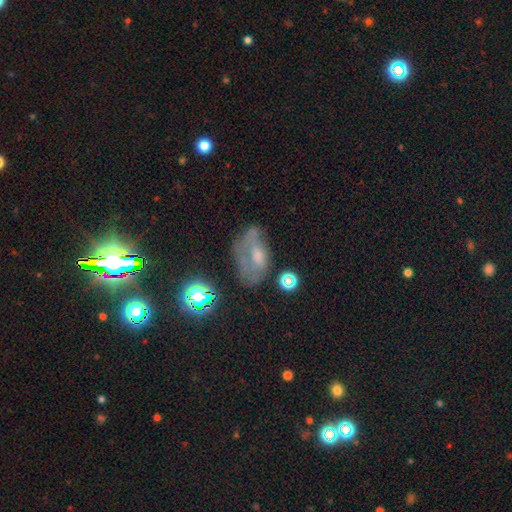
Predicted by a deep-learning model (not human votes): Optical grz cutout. It shows a featured or disk galaxy (42%). Merging: none (40%).